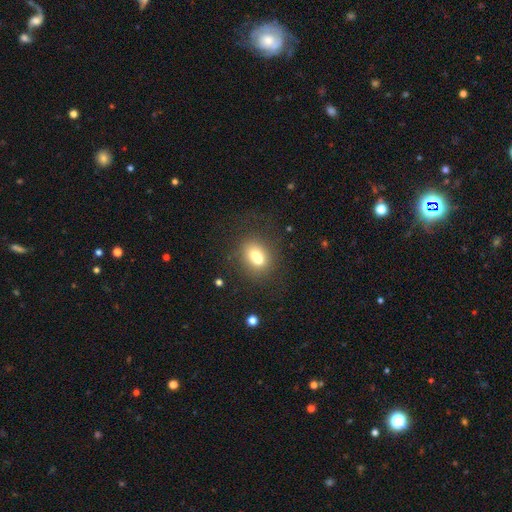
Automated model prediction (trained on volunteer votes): Smooth or featured: smooth — 65% (featured or disk — 22%)
How rounded: round — 55% (in between — 44%)
Merging: merger — 46% (none — 39%)